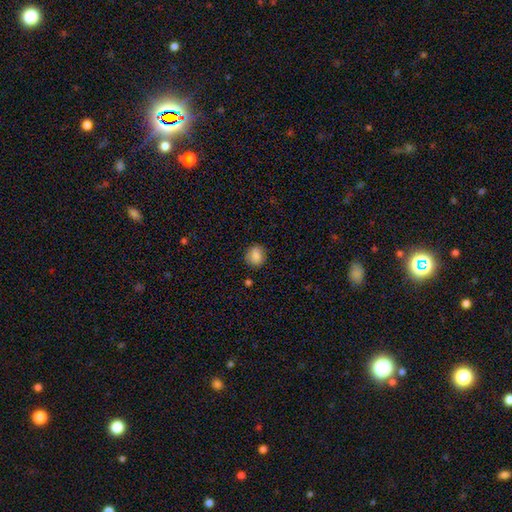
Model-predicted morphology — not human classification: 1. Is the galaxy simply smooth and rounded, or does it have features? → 86% smooth, 9% star or artifact, 5% featured or disk.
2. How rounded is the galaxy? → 77% round, 22% in between, 1% cigar-shaped.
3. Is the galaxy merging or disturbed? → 85% none, 11% minor disturbance, 3% major disturbance, 1% merger.